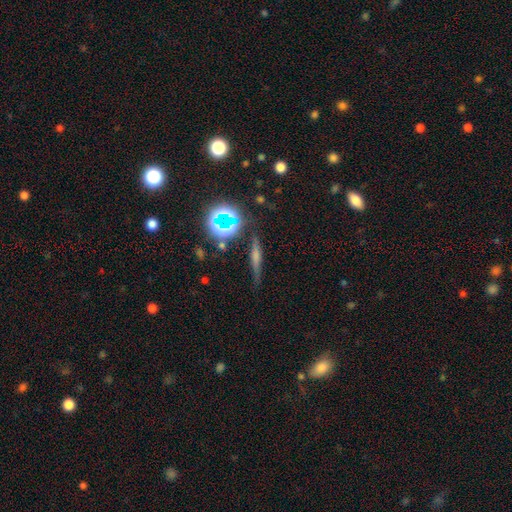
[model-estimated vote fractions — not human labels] A featured or disk galaxy (46%). Merging: none (79%).